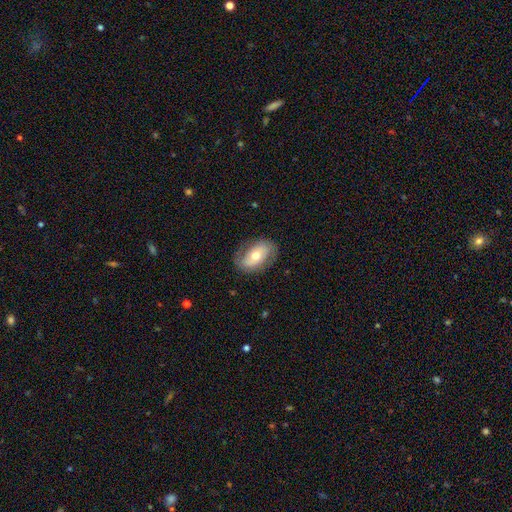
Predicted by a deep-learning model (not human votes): Morphology: type=featured or disk (51%); edge-on=no (92%); merging=none (78%).